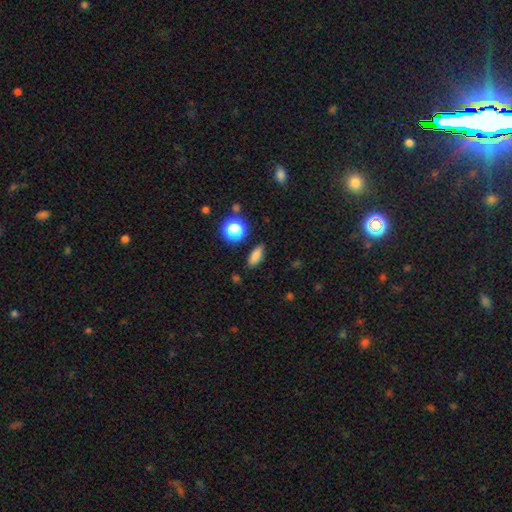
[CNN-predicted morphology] smooth-or-featured: smooth: 80% | star or artifact: 14% | featured or disk: 6%
  how-rounded: in between: 66% | cigar-shaped: 22% | round: 12%
  merging: none: 85% | minor disturbance: 10% | major disturbance: 3% | merger: 2%